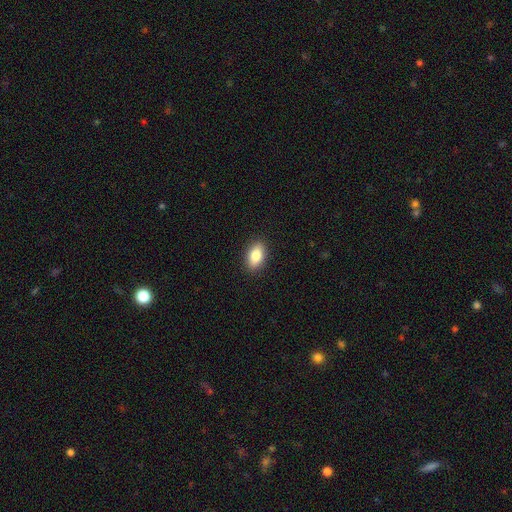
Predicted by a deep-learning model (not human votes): Q: Smooth or featured?
A: smooth (84%); runner-up: featured or disk (9%)
Q: How rounded?
A: in between (88%); runner-up: round (8%)
Q: Merging?
A: none (90%); runner-up: minor disturbance (7%)